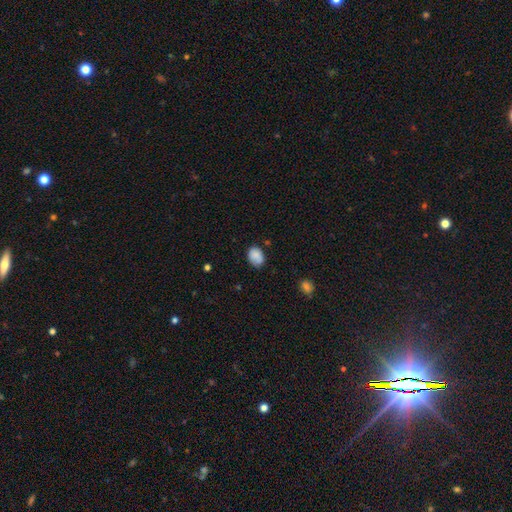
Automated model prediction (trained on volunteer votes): Q: Smooth or featured?
A: smooth (84%); runner-up: star or artifact (8%)
Q: How rounded?
A: in between (65%); runner-up: round (34%)
Q: Merging?
A: none (68%); runner-up: minor disturbance (24%)